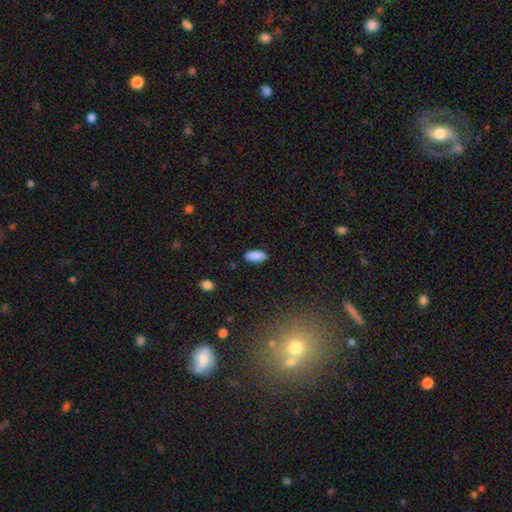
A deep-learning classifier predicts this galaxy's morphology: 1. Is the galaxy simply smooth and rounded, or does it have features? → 88% smooth, 8% star or artifact, 4% featured or disk.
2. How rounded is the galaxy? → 85% in between, 13% cigar-shaped, 2% round.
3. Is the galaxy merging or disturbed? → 82% none, 13% minor disturbance, 3% major disturbance, 2% merger.